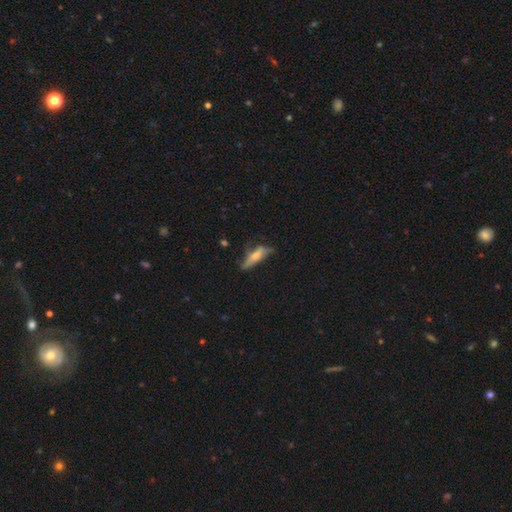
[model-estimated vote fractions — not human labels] A smooth galaxy with no disk features (53%) that is cigar-shaped (60%). Merging: none (45%).